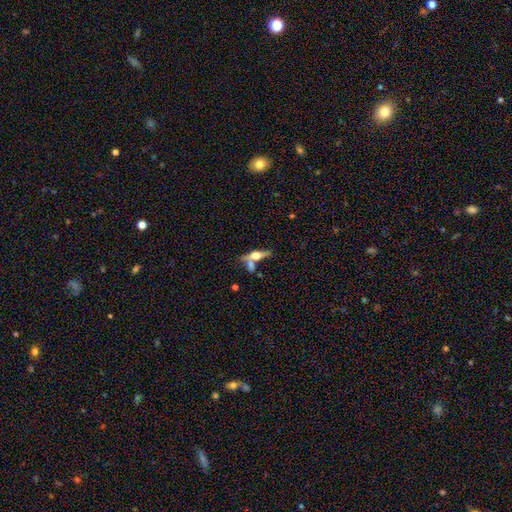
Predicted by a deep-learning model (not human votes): featured or disk 61%, smooth 31%, star or artifact 8%. Down the decision tree: edge-on disk — yes (89%); edge-on bulge — rounded (94%); merging — none (51%).